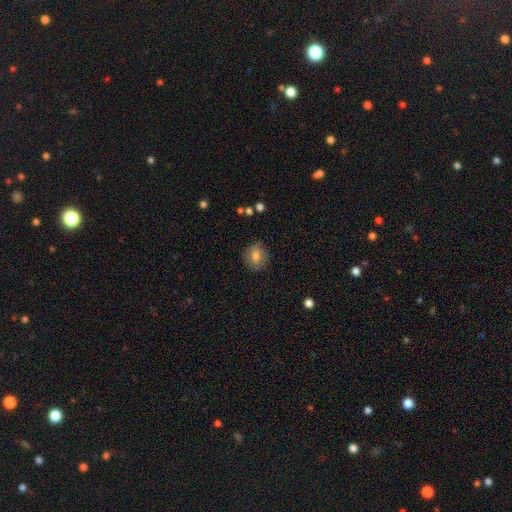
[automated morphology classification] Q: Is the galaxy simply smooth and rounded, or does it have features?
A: smooth — 74%.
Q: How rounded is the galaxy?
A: round — 75%.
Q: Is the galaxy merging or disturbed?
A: none — 84%.